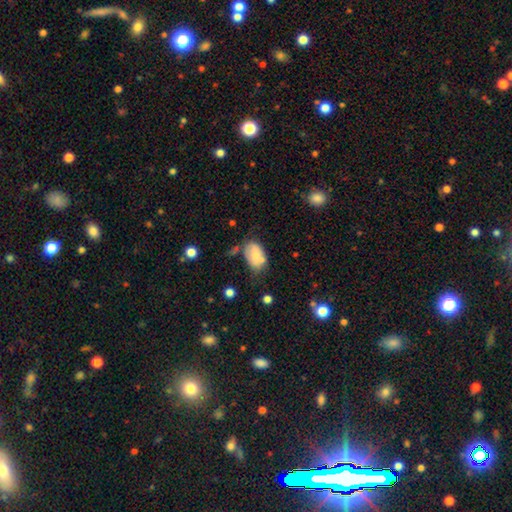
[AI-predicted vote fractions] This appears to be a smooth galaxy with no disk features (73%) that is in between round and cigar-shaped (89%). Merging: none (52%).